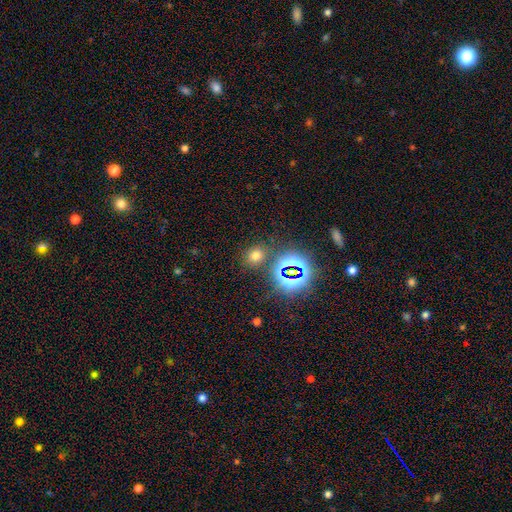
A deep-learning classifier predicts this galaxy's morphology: This is likely a smooth galaxy (62%). How rounded: likely round (68%). Merging: clearly none (82%).